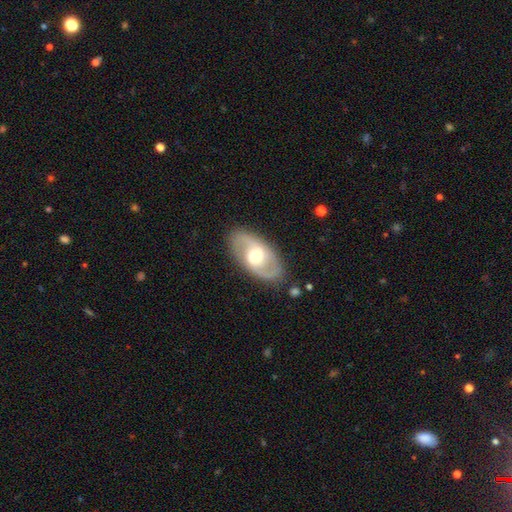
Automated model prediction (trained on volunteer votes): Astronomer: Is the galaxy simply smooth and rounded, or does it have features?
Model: featured or disk — 73%.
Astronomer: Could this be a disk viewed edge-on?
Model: no — 94%.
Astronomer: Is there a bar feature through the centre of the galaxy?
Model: no — 48% (runner-up: weak, 38%).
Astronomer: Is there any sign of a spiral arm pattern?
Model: yes — 79%.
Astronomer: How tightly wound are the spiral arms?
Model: medium — 49% (runner-up: loose, 29%).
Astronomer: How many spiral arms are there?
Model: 2 — 87%.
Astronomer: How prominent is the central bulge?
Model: moderate — 65%.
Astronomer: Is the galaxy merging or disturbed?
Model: none — 84%.